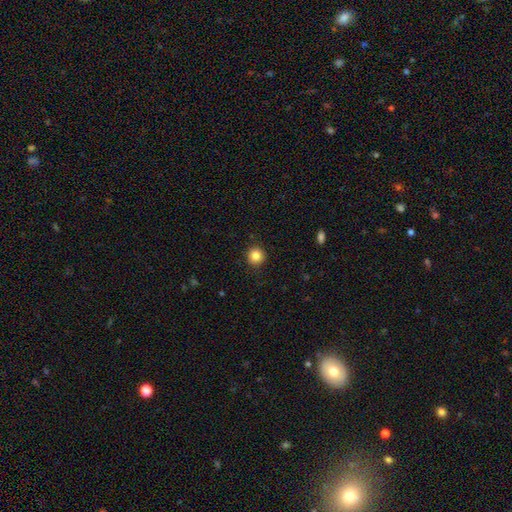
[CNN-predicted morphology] Q: Smooth or featured?
A: smooth (84%); runner-up: star or artifact (11%)
Q: How rounded?
A: round (94%); runner-up: in between (5%)
Q: Merging?
A: none (92%); runner-up: minor disturbance (5%)